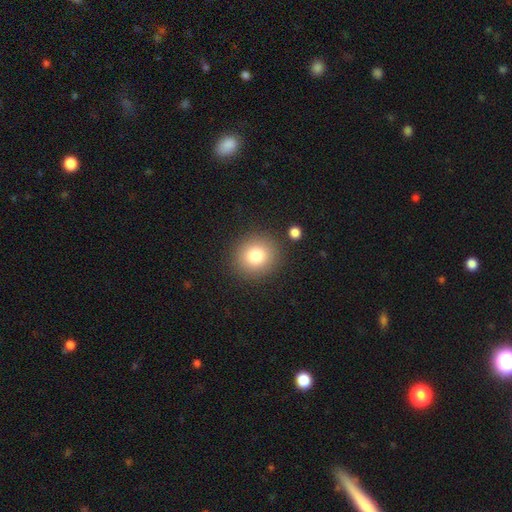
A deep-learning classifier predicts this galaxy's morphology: smooth_or_featured: smooth (p=0.80) [alt: star or artifact p=0.11]
how_rounded: round (p=0.89) [alt: in between p=0.10]
merging: none (p=0.87) [alt: minor disturbance p=0.07]